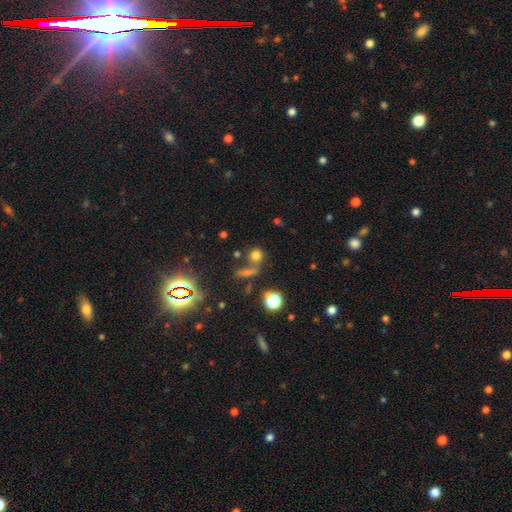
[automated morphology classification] This appears to be a smooth galaxy with no disk features (66%) that is round (84%). Merging: none (57%).